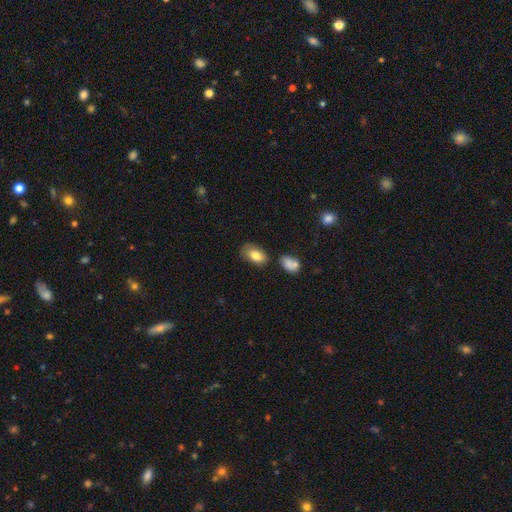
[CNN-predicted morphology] smooth 82%, featured or disk 10%, star or artifact 8%. Down the decision tree: how rounded — in between (90%); merging — none (63%).